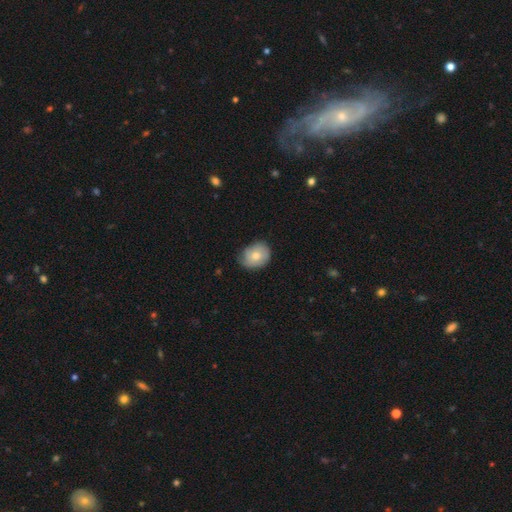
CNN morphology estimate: This is likely a smooth galaxy (72%). How rounded: possibly round (55%). Merging: likely none (65%).